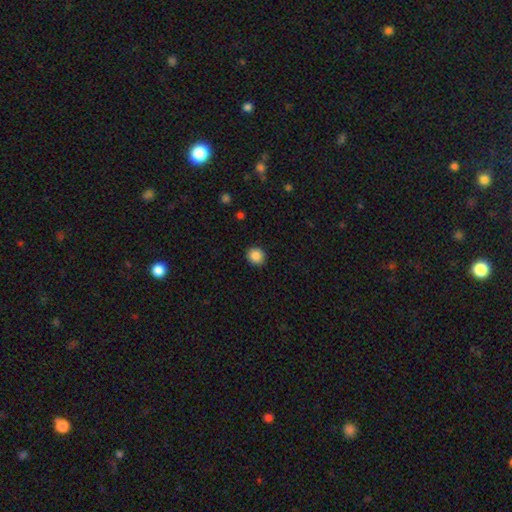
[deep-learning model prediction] Overall: smooth (87%). How rounded: round (83%). Merging: none (91%).